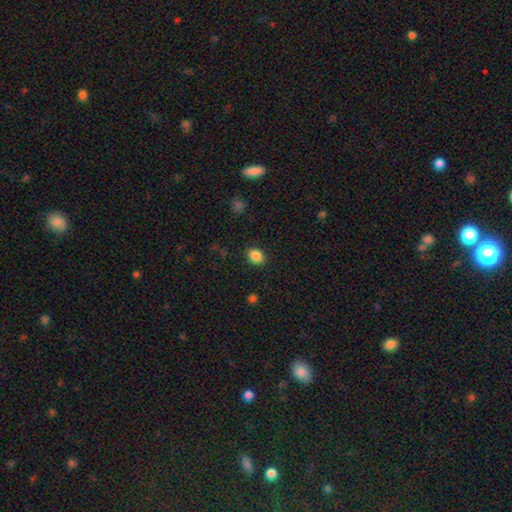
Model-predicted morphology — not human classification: Smooth or featured? Predicted: smooth (p=0.86). How rounded? Predicted: in between (p=0.58). Merging? Predicted: none (p=0.88).